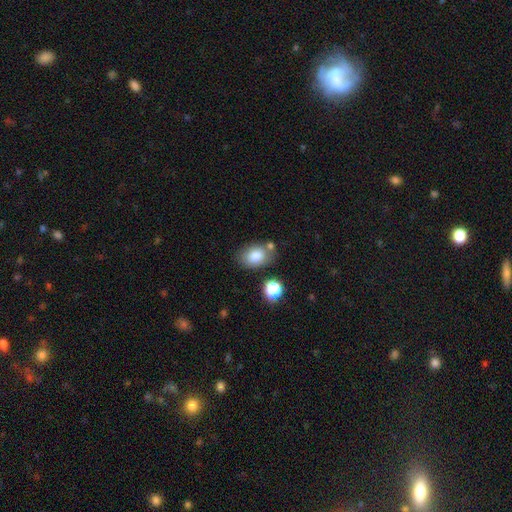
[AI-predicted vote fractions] Smooth or featured?
  - smooth: 81% *
  - featured or disk: 10%
  - star or artifact: 10%
How rounded?
  - in between: 78% *
  - round: 21%
  - cigar-shaped: 1%
Merging?
  - none: 70% *
  - minor disturbance: 15%
  - merger: 10%
  - major disturbance: 4%